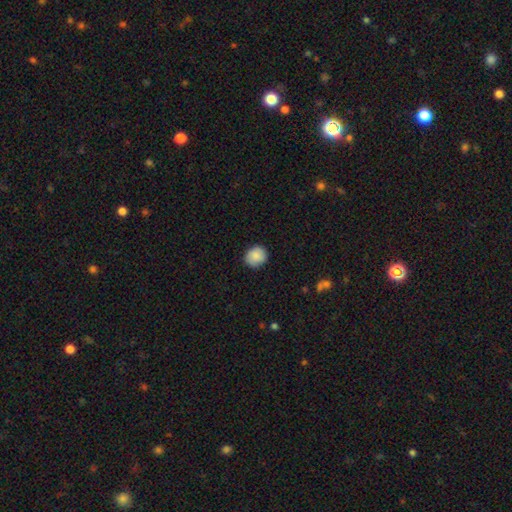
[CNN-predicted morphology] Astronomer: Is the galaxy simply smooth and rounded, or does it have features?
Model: smooth — 86%.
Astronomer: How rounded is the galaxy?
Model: round — 82%.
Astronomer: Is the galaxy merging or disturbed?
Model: none — 84%.